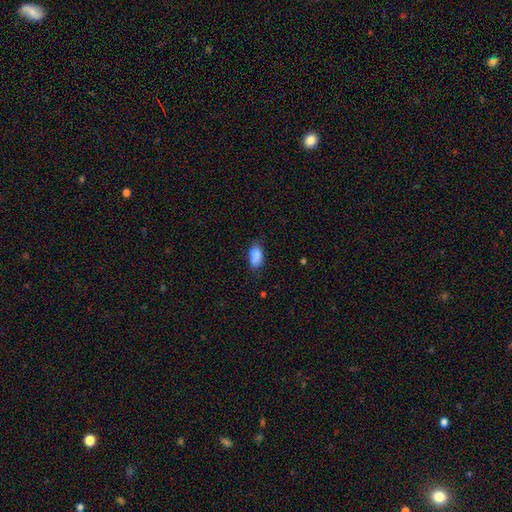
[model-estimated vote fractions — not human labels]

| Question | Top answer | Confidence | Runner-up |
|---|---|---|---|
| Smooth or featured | smooth | 85% | star or artifact (8%) |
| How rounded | in between | 92% | round (5%) |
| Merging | none | 66% | minor disturbance (25%) |